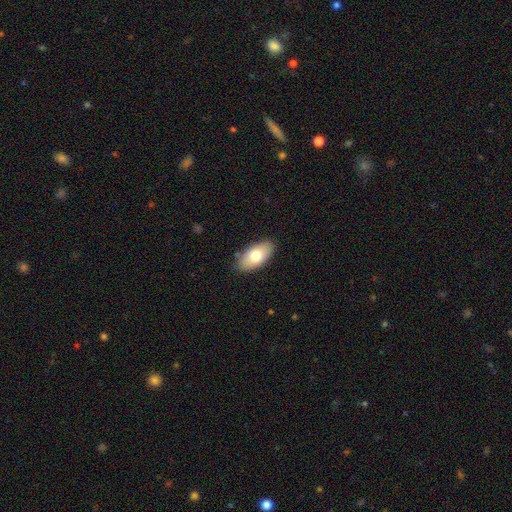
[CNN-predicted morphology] This appears to be a smooth galaxy with no disk features (72%) that is in between round and cigar-shaped (93%). Merging: none (84%).